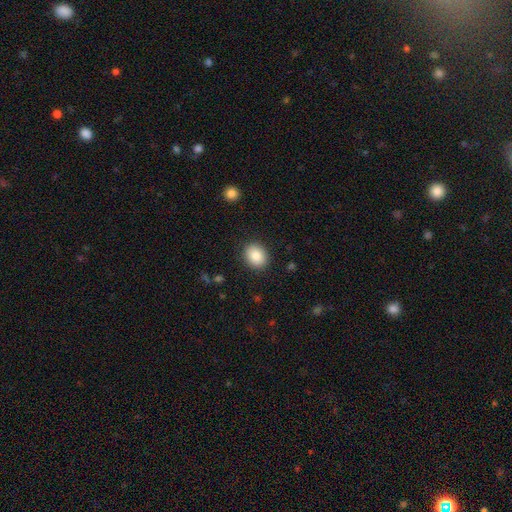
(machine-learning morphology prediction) smooth 85%, star or artifact 8%, featured or disk 6%. Down the decision tree: how rounded — round (61%); merging — none (89%).